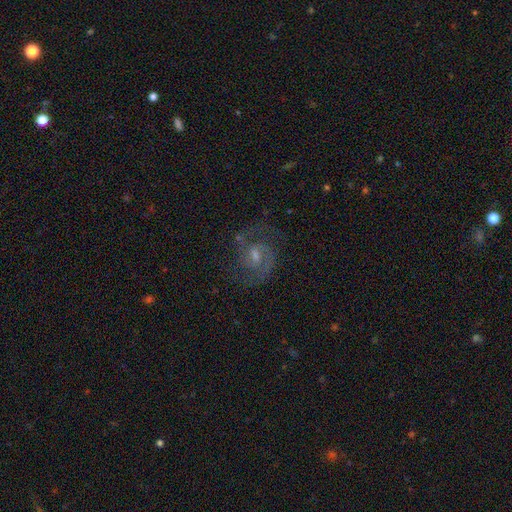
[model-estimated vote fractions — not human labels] Morphology: type=featured or disk (86%); edge-on=no (98%); bar=weak (61%); spiral arms=yes (97%); winding=medium (59%); arm count=2 (88%); bulge=small (47%); merging=none (74%).